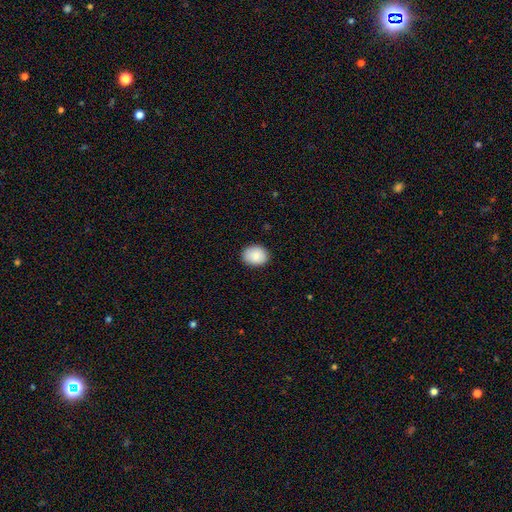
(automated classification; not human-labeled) Smooth or featured? Predicted: smooth (p=0.87). How rounded? Predicted: in between (p=0.56). Merging? Predicted: none (p=0.88).